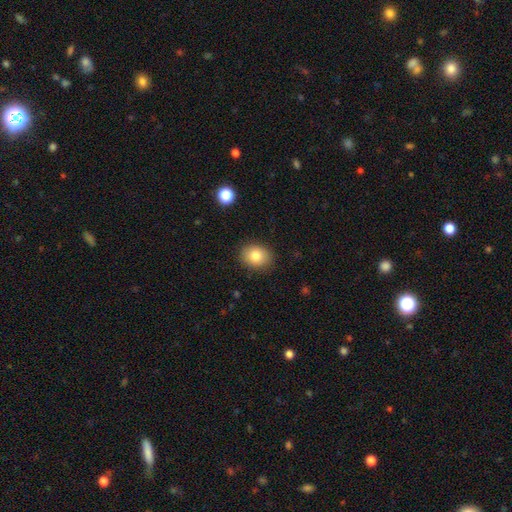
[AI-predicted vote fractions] Smooth or featured? Predicted: smooth (p=0.82). How rounded? Predicted: round (p=0.53). Merging? Predicted: none (p=0.88).